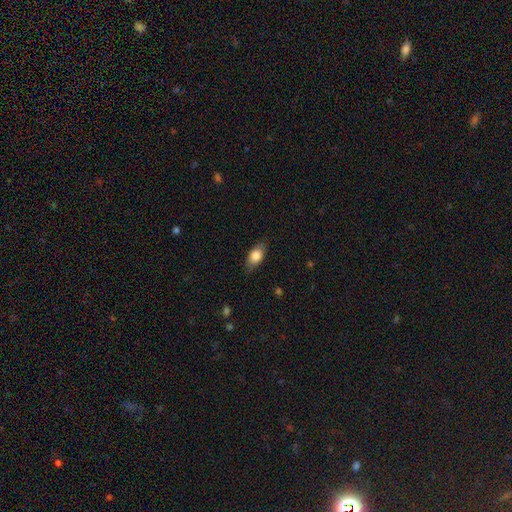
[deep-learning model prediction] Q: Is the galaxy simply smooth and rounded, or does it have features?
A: smooth — 80%.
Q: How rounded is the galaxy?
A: in between — 86%.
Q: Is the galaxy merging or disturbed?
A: none — 81%.